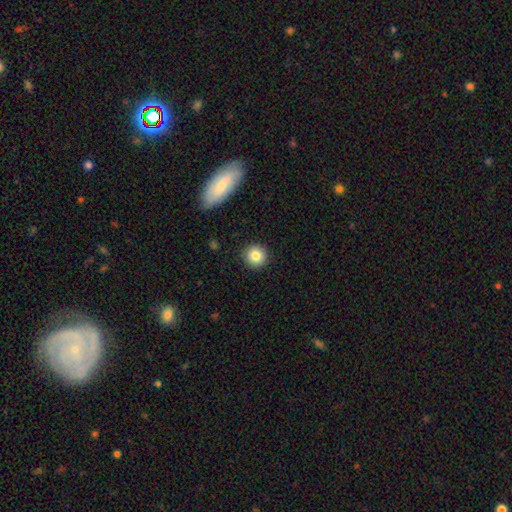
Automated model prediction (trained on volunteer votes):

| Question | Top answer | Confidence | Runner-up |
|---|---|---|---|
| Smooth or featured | smooth | 83% | star or artifact (9%) |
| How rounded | round | 93% | in between (6%) |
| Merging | none | 91% | minor disturbance (6%) |